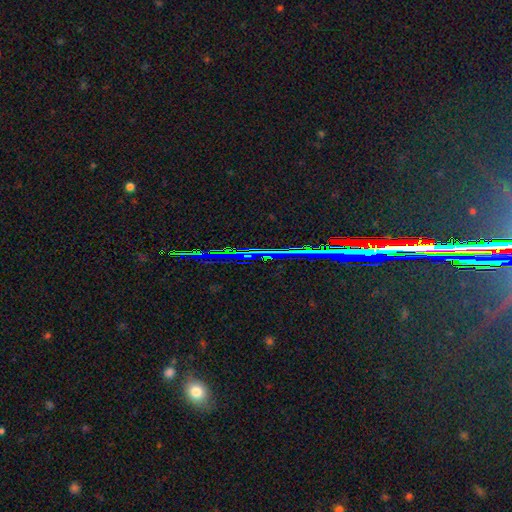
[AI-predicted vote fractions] smooth-or-featured: star or artifact: 83% | featured or disk: 9% | smooth: 8%